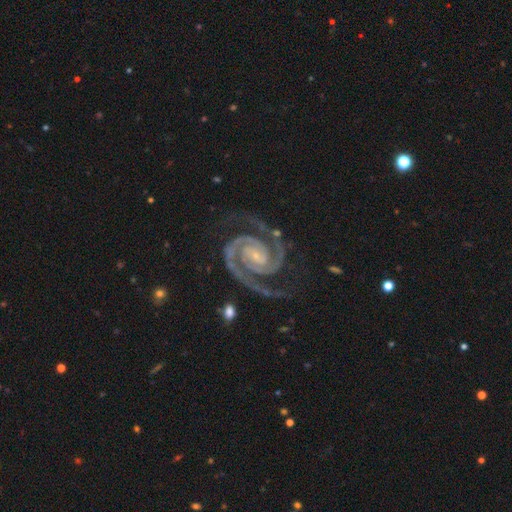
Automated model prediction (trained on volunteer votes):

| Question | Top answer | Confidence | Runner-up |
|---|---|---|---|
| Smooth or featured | featured or disk | 95% | star or artifact (3%) |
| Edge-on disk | no | 98% | yes (2%) |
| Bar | no | 53% | weak (28%) |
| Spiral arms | yes | 99% | no (1%) |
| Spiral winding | tight | 66% | medium (31%) |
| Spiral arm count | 2 | 94% | 3 (2%) |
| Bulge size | small | 79% | moderate (13%) |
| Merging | none | 77% | minor disturbance (14%) |